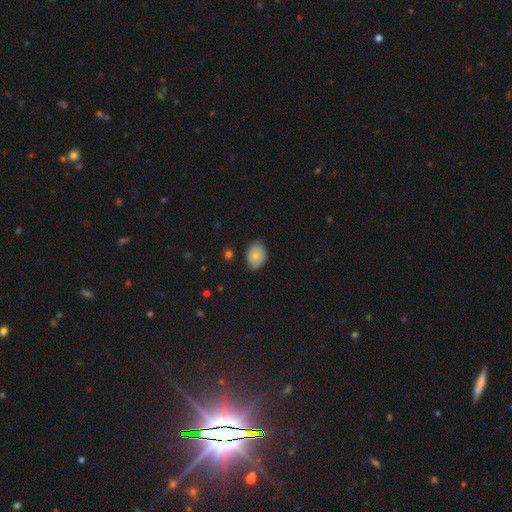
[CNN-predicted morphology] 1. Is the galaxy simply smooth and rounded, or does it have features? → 82% smooth, 10% featured or disk, 7% star or artifact.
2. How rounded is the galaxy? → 74% in between, 25% round, 1% cigar-shaped.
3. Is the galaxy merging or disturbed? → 77% none, 19% minor disturbance, 3% major disturbance, 1% merger.